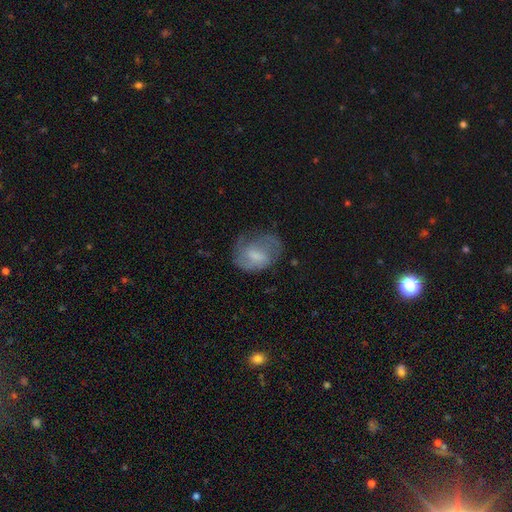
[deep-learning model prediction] Q: Smooth or featured?
A: featured or disk (56%); runner-up: smooth (36%)
Q: Edge-on disk?
A: no (97%); runner-up: yes (3%)
Q: Bar?
A: weak (53%); runner-up: no (33%)
Q: Spiral arms?
A: yes (78%); runner-up: no (22%)
Q: Bulge size?
A: moderate (35%); runner-up: small (34%)
Q: Merging?
A: none (50%); runner-up: minor disturbance (27%)